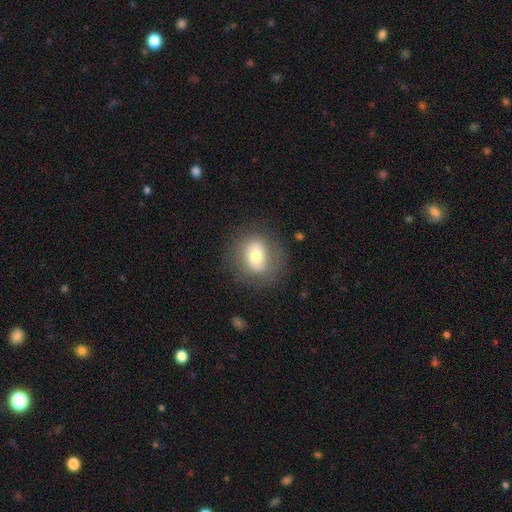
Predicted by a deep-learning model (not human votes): Morphology: type=smooth (62%); roundness=round (61%); merging=none (77%).